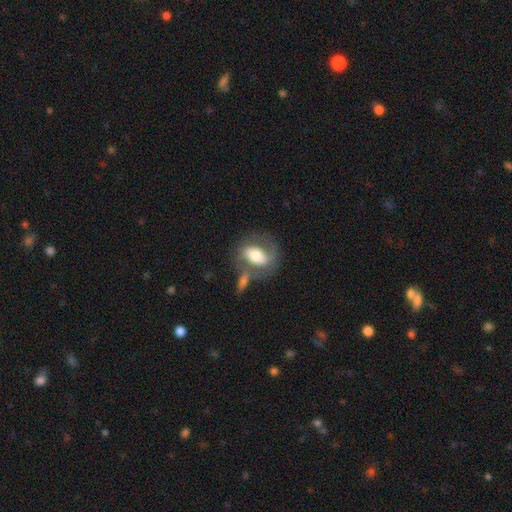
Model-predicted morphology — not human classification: A featured or disk galaxy (50%).

Vote fractions:
- Smooth or featured? featured or disk: 50% / smooth: 43% / star or artifact: 7%
- Edge-on disk? no: 92% / yes: 8%
- Merging? none: 46% / merger: 25% / minor disturbance: 16% / major disturbance: 13%